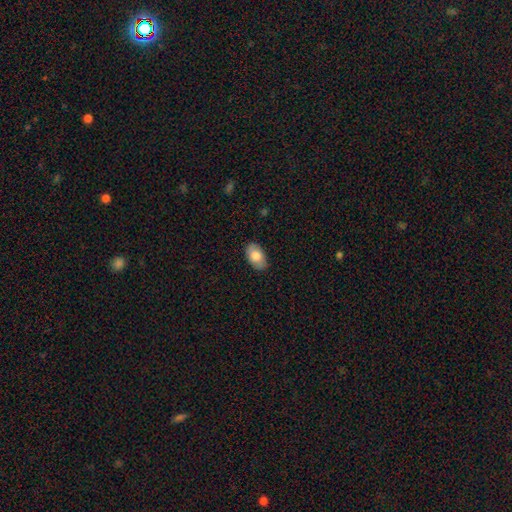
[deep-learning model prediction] This is likely a smooth galaxy (78%). How rounded: clearly in between (93%). Merging: clearly none (85%).